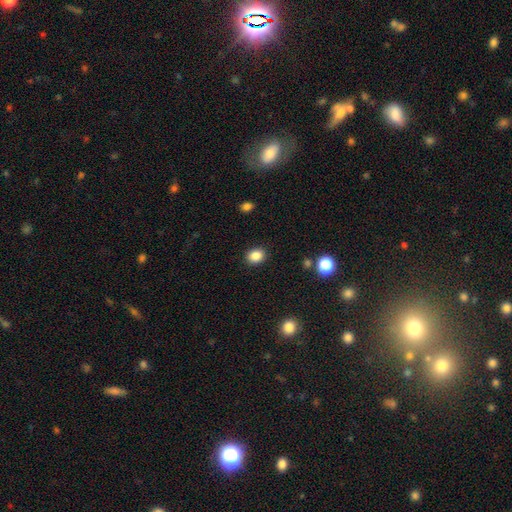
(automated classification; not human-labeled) This is clearly a smooth galaxy (86%). How rounded: possibly round (53%). Merging: clearly none (90%).